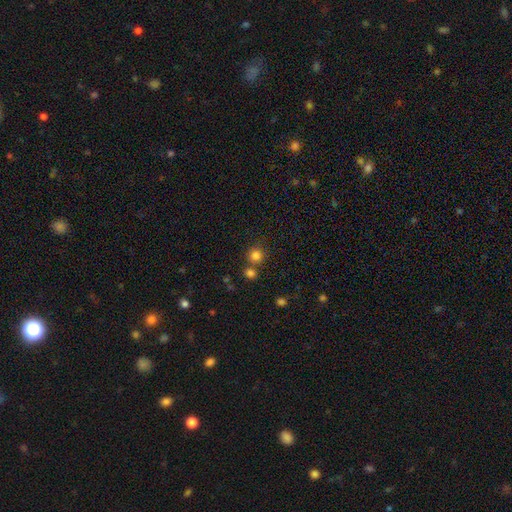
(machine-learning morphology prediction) The model was most divided on "merging": none: 70%, merger: 20%, minor disturbance: 7%, major disturbance: 3%. More confident: how rounded — round (91%); smooth or featured — smooth (81%).